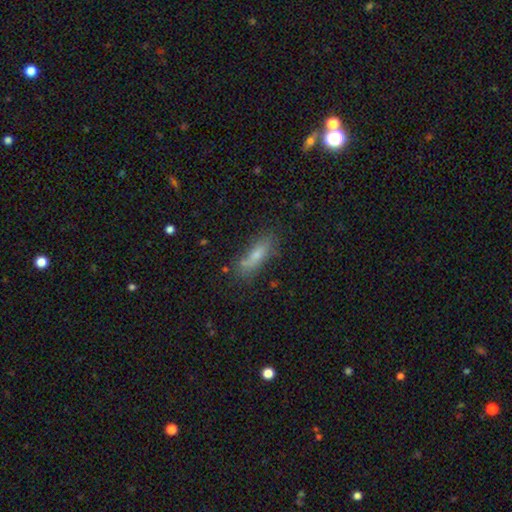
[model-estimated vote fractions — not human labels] smooth 70%, featured or disk 21%, star or artifact 9%. Down the decision tree: how rounded — cigar-shaped (53%); merging — none (68%).